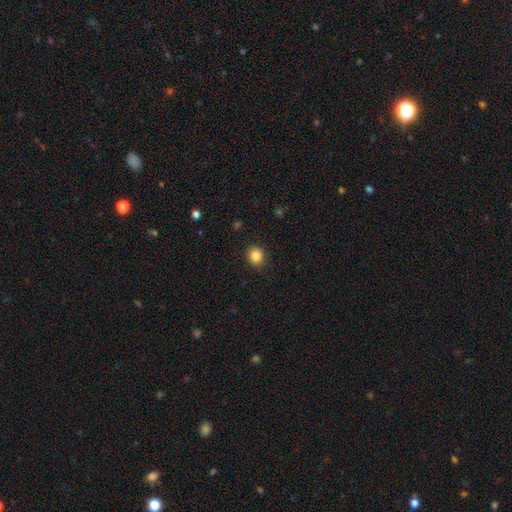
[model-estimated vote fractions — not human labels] Overall: smooth (86%). How rounded: round (80%). Merging: none (90%).